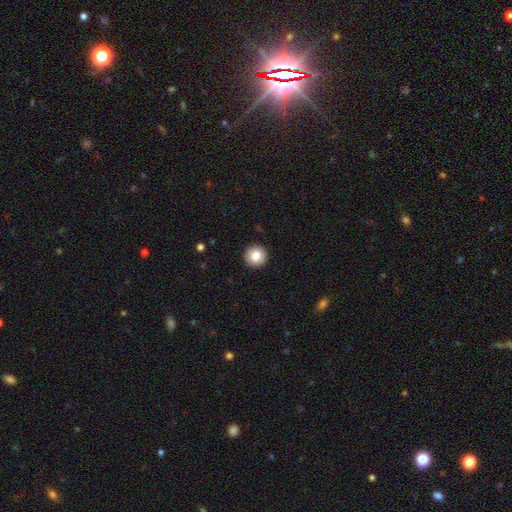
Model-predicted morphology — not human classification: Smooth or featured? Predicted: smooth (p=0.83). How rounded? Predicted: round (p=0.95). Merging? Predicted: none (p=0.93).